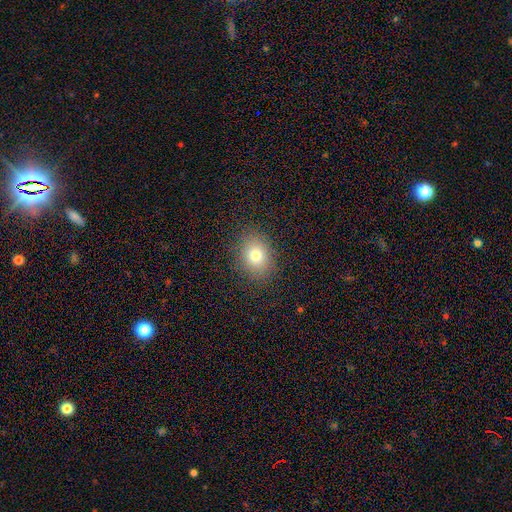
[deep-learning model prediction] Smooth or featured: smooth — 77% (star or artifact — 13%)
How rounded: in between — 55% (round — 44%)
Merging: none — 86% (minor disturbance — 9%)